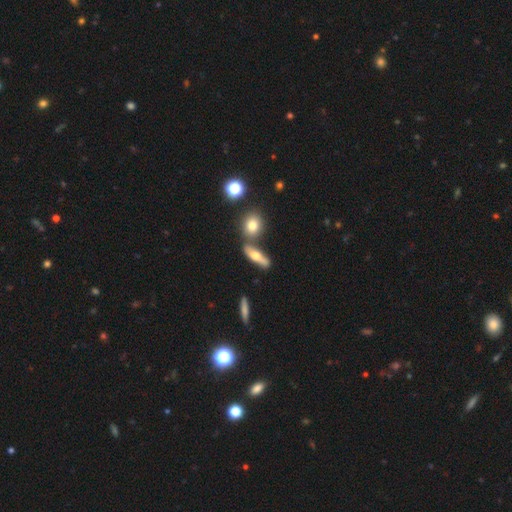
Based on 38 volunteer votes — Morphology: type=featured or disk (53%); edge-on=yes (75%); edge-on bulge=rounded (100%); merging=none (63%).